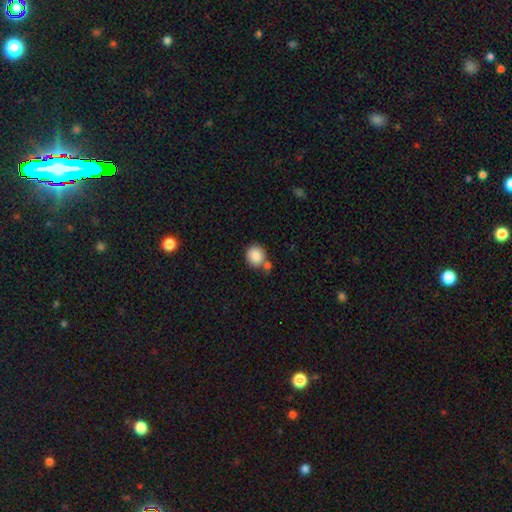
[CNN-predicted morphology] This appears to be a smooth galaxy with no disk features (87%) that is round (83%). Merging: none (61%).